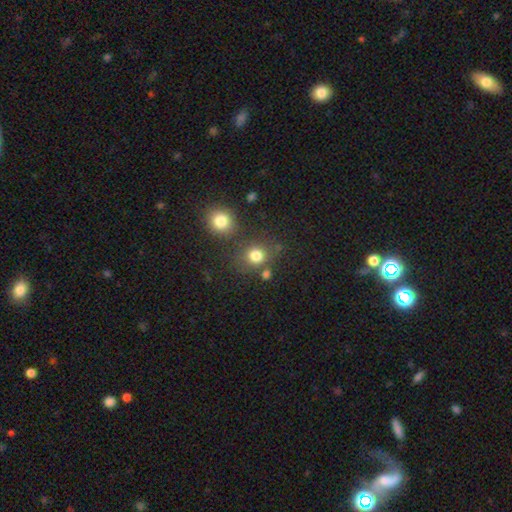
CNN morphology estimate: Smooth or featured?
  - smooth: 79% *
  - star or artifact: 15%
  - featured or disk: 6%
How rounded?
  - round: 81% *
  - in between: 18%
  - cigar-shaped: 1%
Merging?
  - none: 71% *
  - merger: 15%
  - minor disturbance: 10%
  - major disturbance: 5%